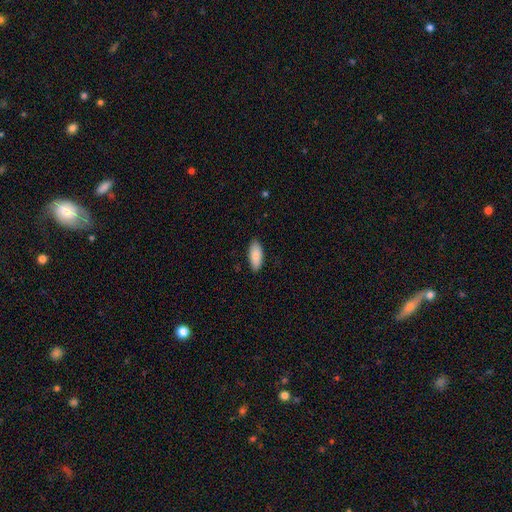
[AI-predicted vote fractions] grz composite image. It shows a smooth galaxy with no disk features (88%) that is in between round and cigar-shaped (85%). Merging: none (88%).